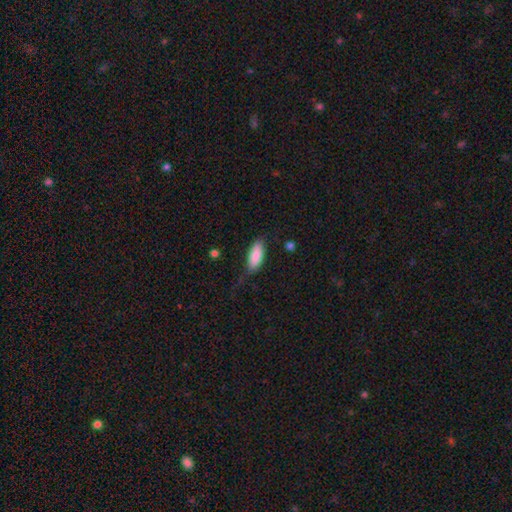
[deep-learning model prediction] A smooth galaxy with no disk features (86%) that is in between round and cigar-shaped (81%). Merging: none (64%).